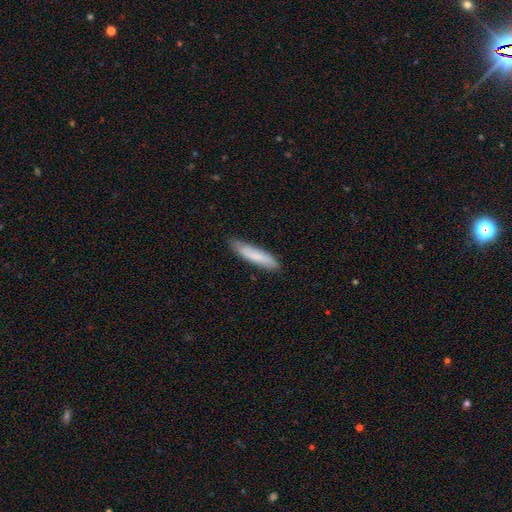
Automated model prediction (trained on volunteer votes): A smooth galaxy with no disk features (77%) that is cigar-shaped (82%). Merging: none (80%).